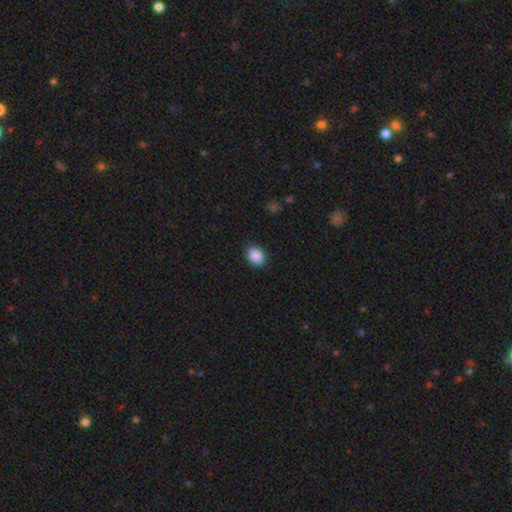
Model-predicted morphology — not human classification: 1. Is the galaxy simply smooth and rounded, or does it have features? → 89% smooth, 8% star or artifact, 3% featured or disk.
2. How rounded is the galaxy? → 59% in between, 40% round, 1% cigar-shaped.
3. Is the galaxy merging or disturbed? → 86% none, 10% minor disturbance, 2% major disturbance, 1% merger.